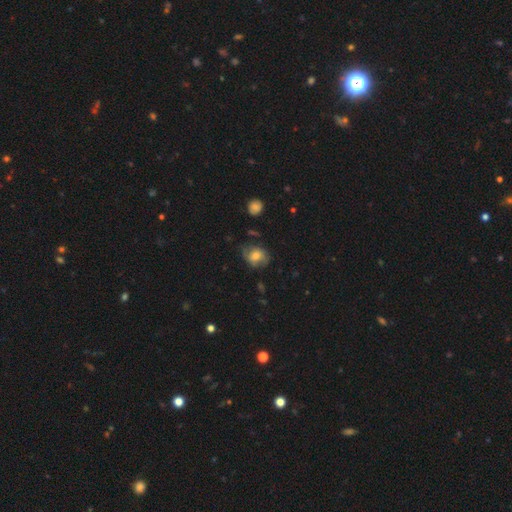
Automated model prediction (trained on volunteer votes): Morphology: type=smooth (55%); roundness=round (50%); merging=none (57%).